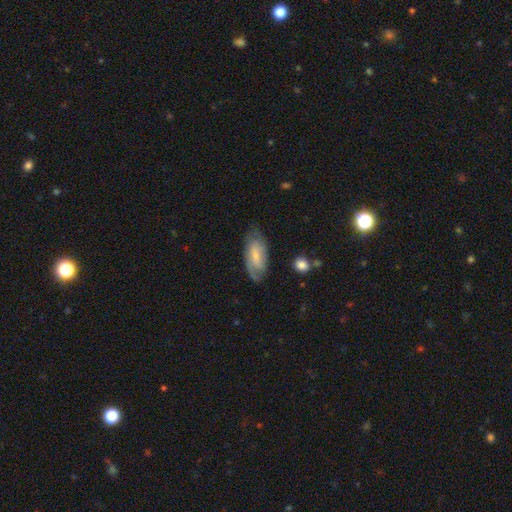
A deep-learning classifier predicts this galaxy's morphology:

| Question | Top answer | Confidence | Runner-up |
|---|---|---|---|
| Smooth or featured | featured or disk | 50% | smooth (44%) |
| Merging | none | 69% | minor disturbance (21%) |